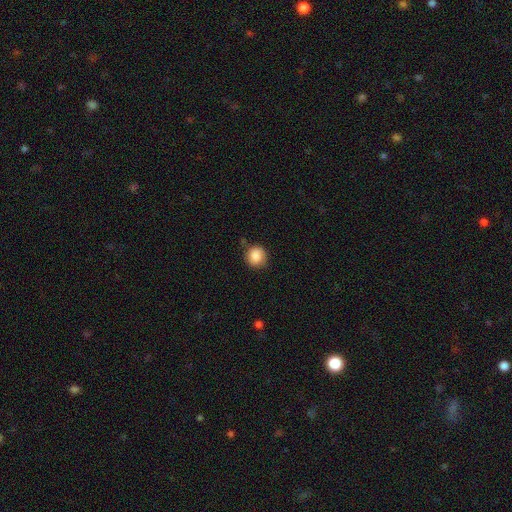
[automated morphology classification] The model was most divided on "merging": none: 79%, minor disturbance: 15%, major disturbance: 3%, merger: 2%. More confident: how rounded — round (90%); smooth or featured — smooth (87%).